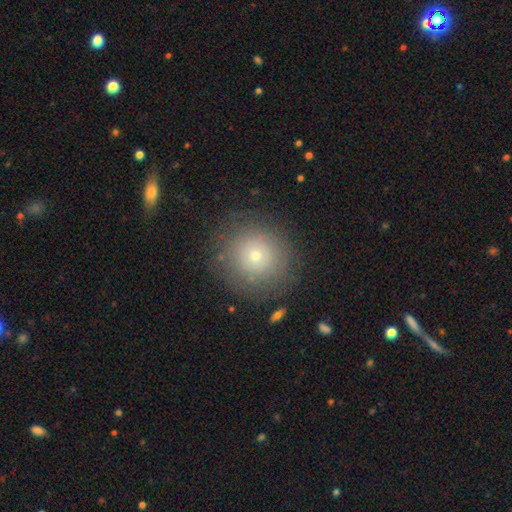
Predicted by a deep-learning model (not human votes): The model was most divided on "smooth or featured": smooth: 67%, featured or disk: 20%, star or artifact: 13%. More confident: how rounded — round (92%); merging — none (83%).